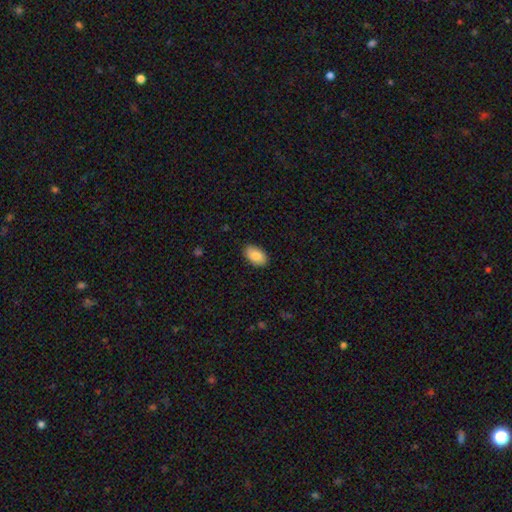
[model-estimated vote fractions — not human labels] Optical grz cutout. It shows a smooth galaxy with no disk features (87%) that is in between round and cigar-shaped (94%). Merging: none (89%).